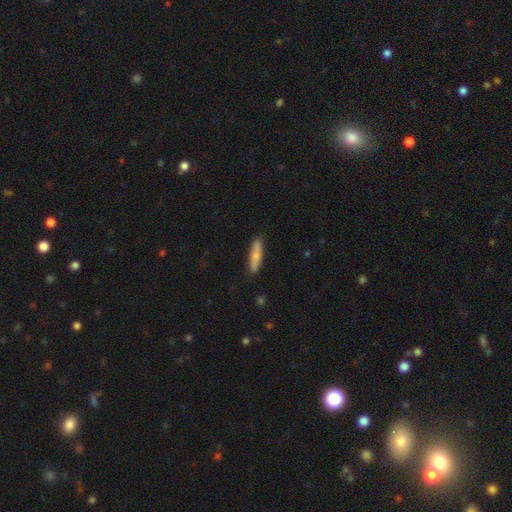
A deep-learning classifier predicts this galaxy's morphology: smooth 75%, featured or disk 20%, star or artifact 5%. Down the decision tree: how rounded — cigar-shaped (81%); merging — none (86%).